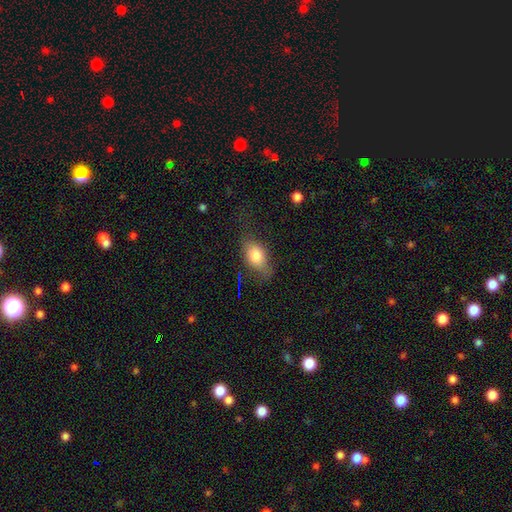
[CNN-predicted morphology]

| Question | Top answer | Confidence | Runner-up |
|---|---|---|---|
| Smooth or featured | smooth | 76% | featured or disk (16%) |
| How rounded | in between | 85% | round (10%) |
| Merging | none | 58% | minor disturbance (26%) |